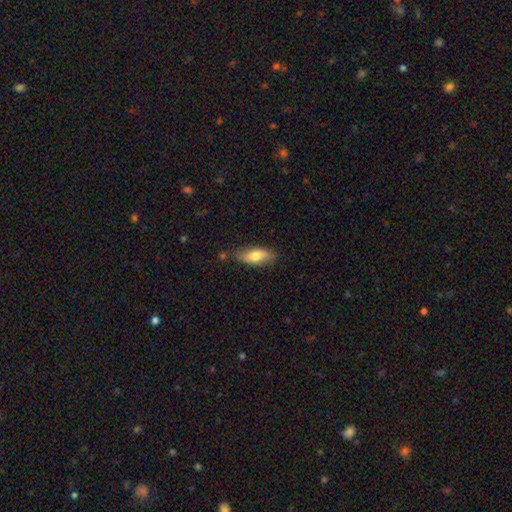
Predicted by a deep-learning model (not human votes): This is likely a smooth galaxy (75%). How rounded: likely in between (80%). Merging: likely none (78%).